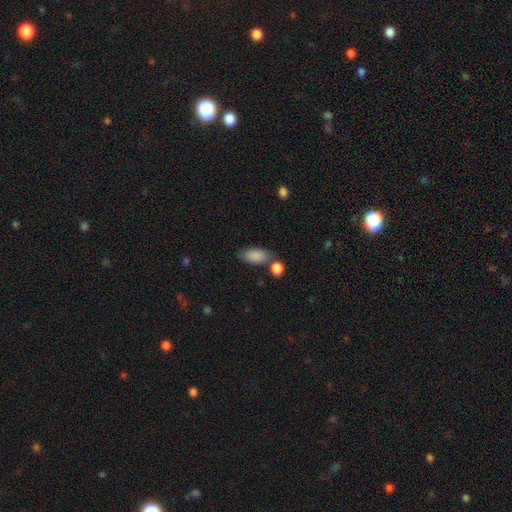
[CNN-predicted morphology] Smooth or featured: smooth — 86% (featured or disk — 7%)
How rounded: in between — 91% (cigar-shaped — 5%)
Merging: none — 60% (merger — 19%)